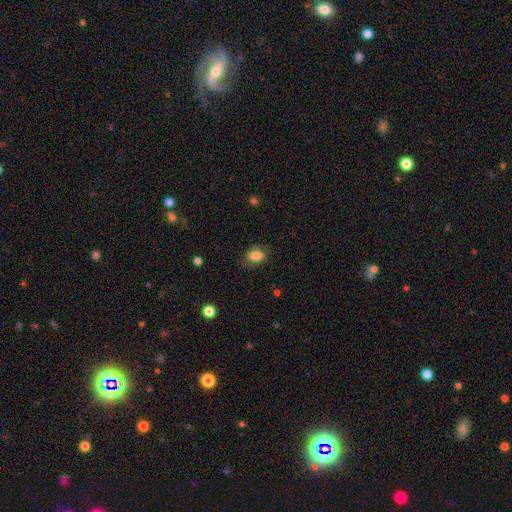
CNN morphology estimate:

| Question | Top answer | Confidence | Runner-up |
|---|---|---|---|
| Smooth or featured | smooth | 81% | featured or disk (11%) |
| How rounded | in between | 79% | round (19%) |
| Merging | none | 76% | minor disturbance (17%) |